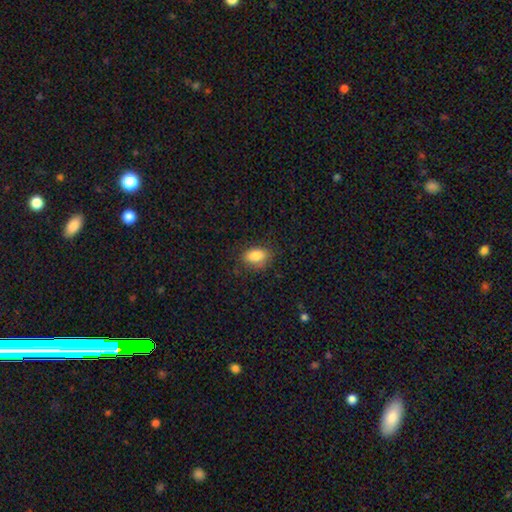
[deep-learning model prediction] Smooth or featured? Predicted: smooth (p=0.85). How rounded? Predicted: in between (p=0.84). Merging? Predicted: none (p=0.77).